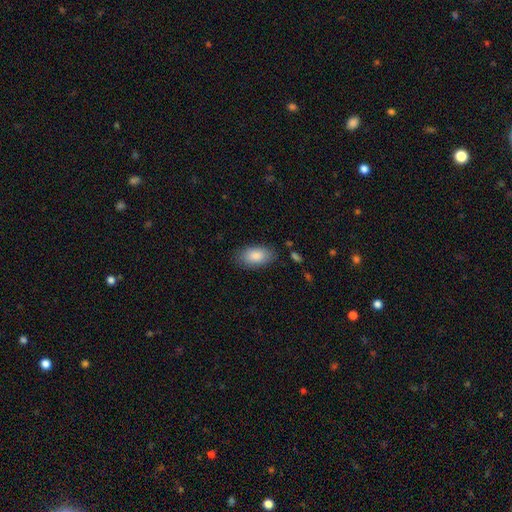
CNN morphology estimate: Q: Smooth or featured?
A: smooth (87%); runner-up: featured or disk (7%)
Q: How rounded?
A: in between (93%); runner-up: round (4%)
Q: Merging?
A: none (82%); runner-up: minor disturbance (13%)